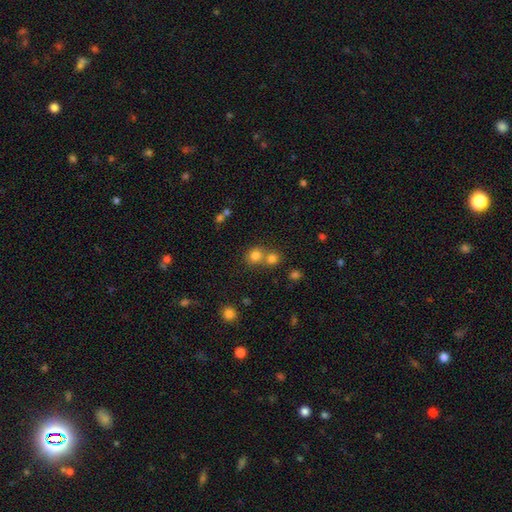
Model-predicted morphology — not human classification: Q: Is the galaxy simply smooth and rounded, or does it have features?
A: smooth — 78%.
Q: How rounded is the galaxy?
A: round — 83%.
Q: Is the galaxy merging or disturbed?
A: none — 52%.